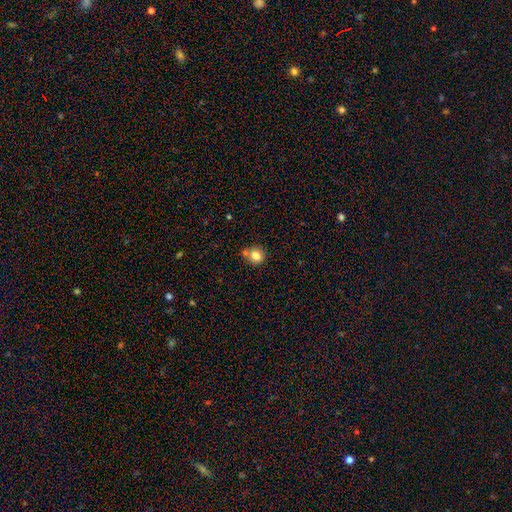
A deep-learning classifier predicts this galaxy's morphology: A smooth galaxy with no disk features (81%) that is round (84%). Merging: none (64%).